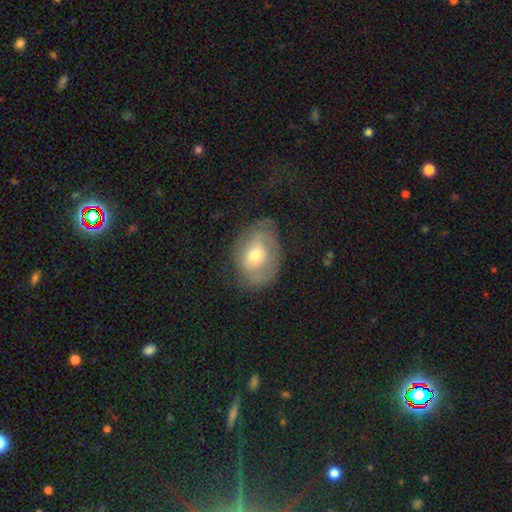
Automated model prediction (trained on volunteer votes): The model was most divided on "smooth or featured": smooth: 49%, featured or disk: 43%, star or artifact: 8%. More confident: merging — none (59%).